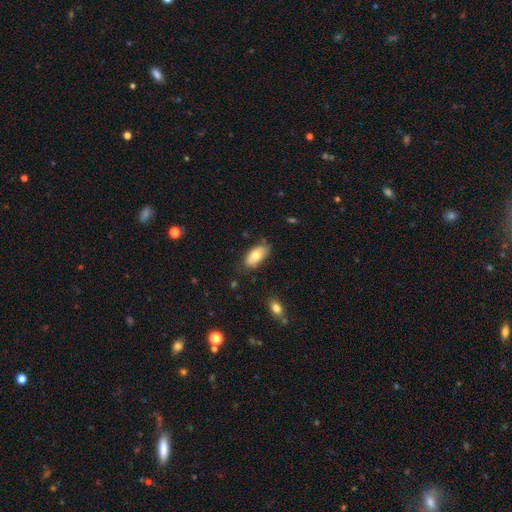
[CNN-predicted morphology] type=smooth (76%); roundness=in between (92%); merging=none (77%).